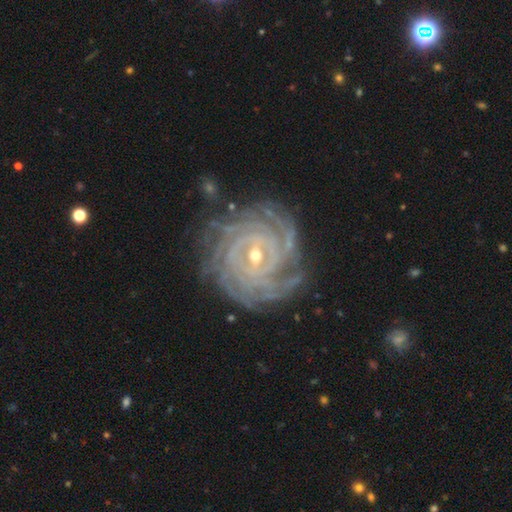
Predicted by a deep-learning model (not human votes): Smooth or featured: featured or disk — 92% (star or artifact — 5%)
Edge-on disk: no — 97% (yes — 3%)
Bar: weak — 47% (no — 27%)
Spiral arms: yes — 98% (no — 2%)
Spiral winding: tight — 87% (medium — 11%)
Spiral arm count: 4 — 25% (can't tell — 22%)
Bulge size: small — 59% (moderate — 38%)
Merging: none — 77% (minor disturbance — 16%)